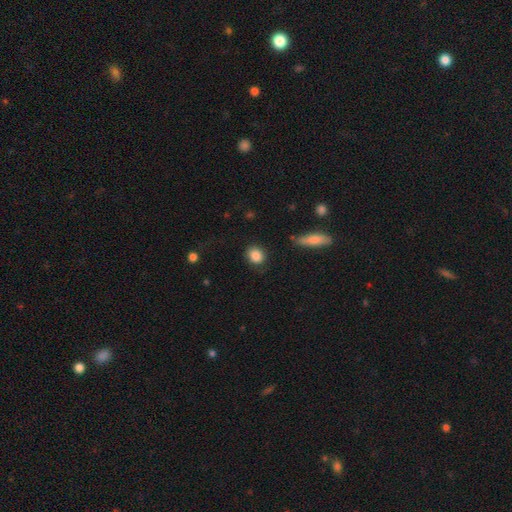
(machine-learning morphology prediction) Smooth or featured: smooth — 86% (star or artifact — 8%)
How rounded: round — 69% (in between — 29%)
Merging: none — 82% (minor disturbance — 13%)